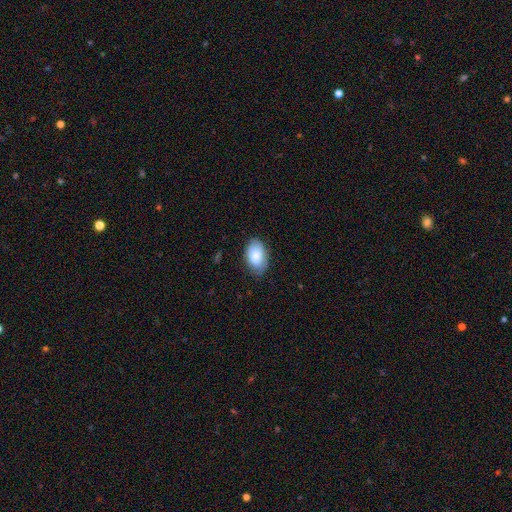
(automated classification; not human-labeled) A smooth galaxy with no disk features (82%) that is in between round and cigar-shaped (92%).

Vote fractions:
- Smooth or featured? smooth: 82% / featured or disk: 11% / star or artifact: 6%
- How rounded? in between: 92% / round: 7% / cigar-shaped: 1%
- Merging? none: 78% / minor disturbance: 18% / major disturbance: 3% / merger: 1%